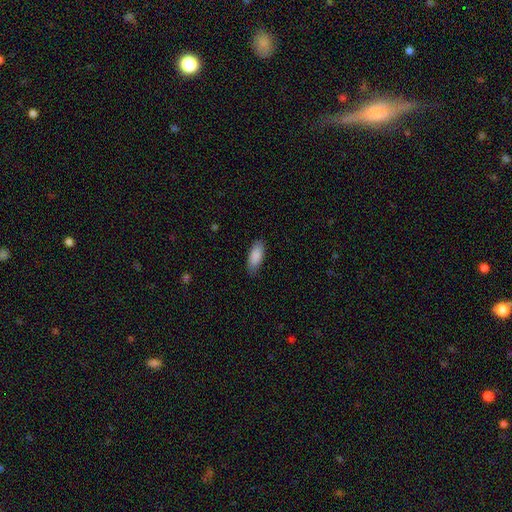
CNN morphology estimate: A smooth galaxy with no disk features (89%) that is in between round and cigar-shaped (82%).

Vote fractions:
- Smooth or featured? smooth: 89% / star or artifact: 6% / featured or disk: 6%
- How rounded? in between: 82% / cigar-shaped: 16% / round: 2%
- Merging? none: 84% / minor disturbance: 13% / major disturbance: 2% / merger: 1%